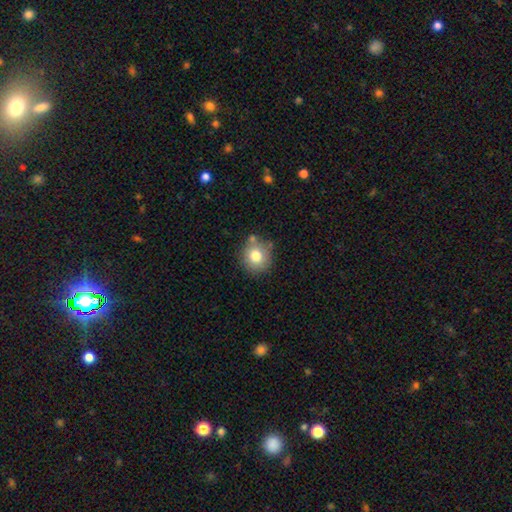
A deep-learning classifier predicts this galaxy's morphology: Smooth or featured? smooth (77%)
How rounded? round (86%)
Merging? none (74%)